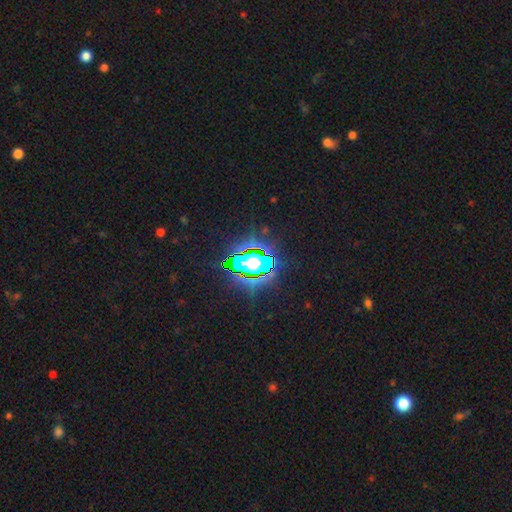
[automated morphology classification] type=star or artifact (80%).